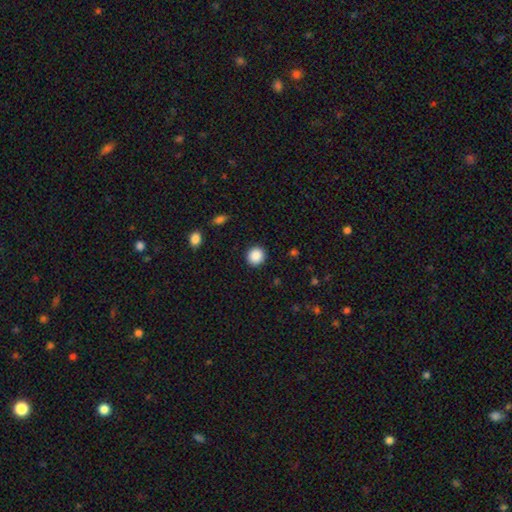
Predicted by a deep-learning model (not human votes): A smooth galaxy with no disk features (88%) that is round (91%).

Vote fractions:
- Smooth or featured? smooth: 88% / star or artifact: 9% / featured or disk: 3%
- How rounded? round: 91% / in between: 9% / cigar-shaped: 1%
- Merging? none: 92% / minor disturbance: 5% / major disturbance: 2% / merger: 1%